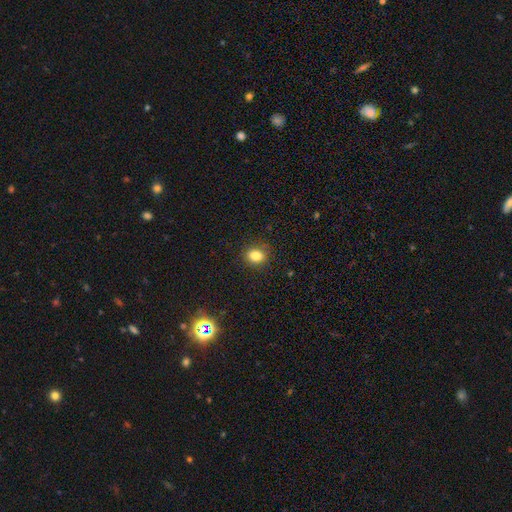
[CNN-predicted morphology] Smooth or featured: smooth — 83% (star or artifact — 12%)
How rounded: round — 54% (in between — 45%)
Merging: none — 87% (minor disturbance — 9%)